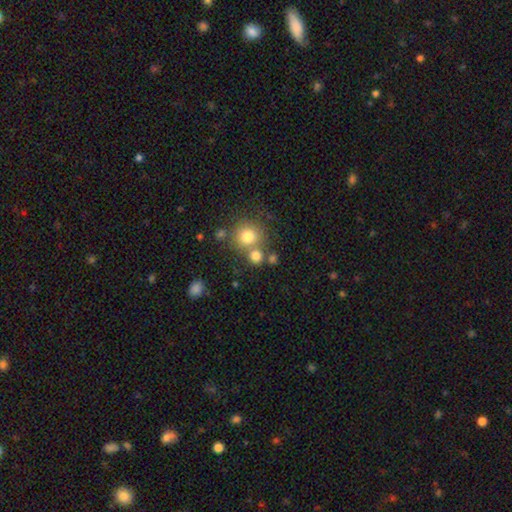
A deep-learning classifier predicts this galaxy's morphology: Overall: smooth (78%). How rounded: round (86%). Merging: none (58%; merger 30%).